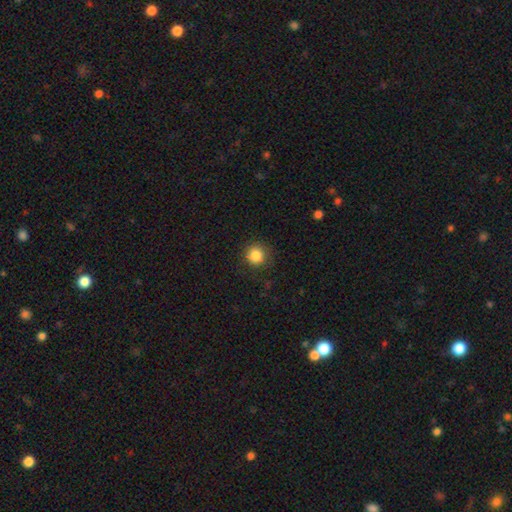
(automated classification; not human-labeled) Smooth or featured? Predicted: smooth (p=0.85). How rounded? Predicted: round (p=0.93). Merging? Predicted: none (p=0.87).